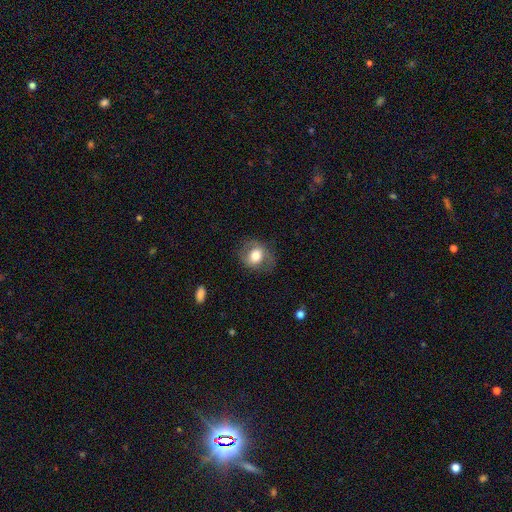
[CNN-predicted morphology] type=smooth (68%); roundness=round (58%); merging=none (72%).